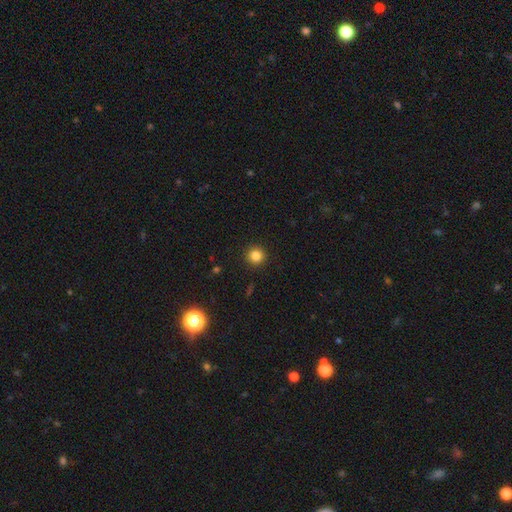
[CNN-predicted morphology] This is clearly a smooth galaxy (83%). How rounded: clearly round (95%). Merging: clearly none (92%).